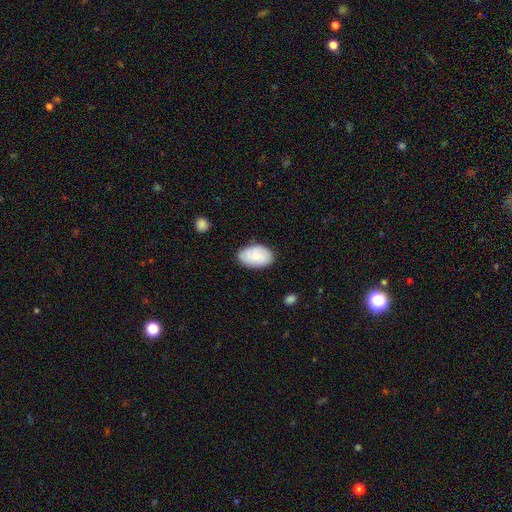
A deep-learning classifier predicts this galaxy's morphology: The model was most divided on "smooth or featured": smooth: 71%, featured or disk: 23%, star or artifact: 6%. More confident: how rounded — in between (92%); merging — none (80%).